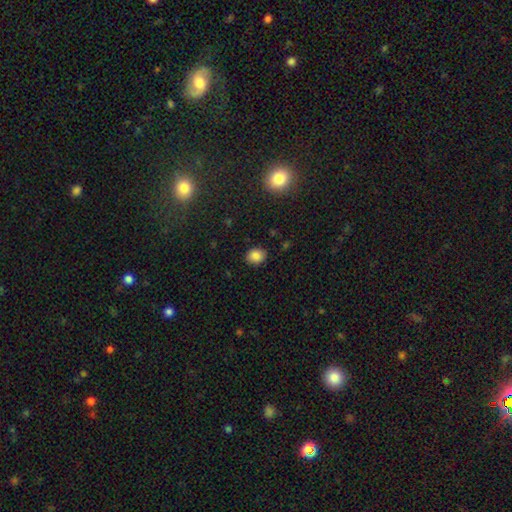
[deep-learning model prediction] This is clearly a smooth galaxy (84%). How rounded: possibly round (56%). Merging: clearly none (87%).